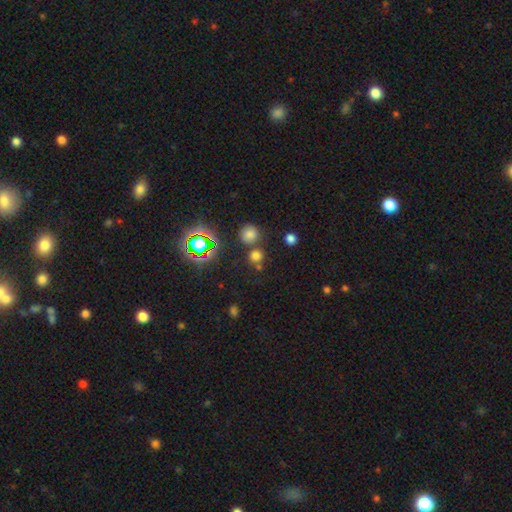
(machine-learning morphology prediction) smooth 64%, star or artifact 30%, featured or disk 6%. Down the decision tree: how rounded — round (90%); merging — none (72%).